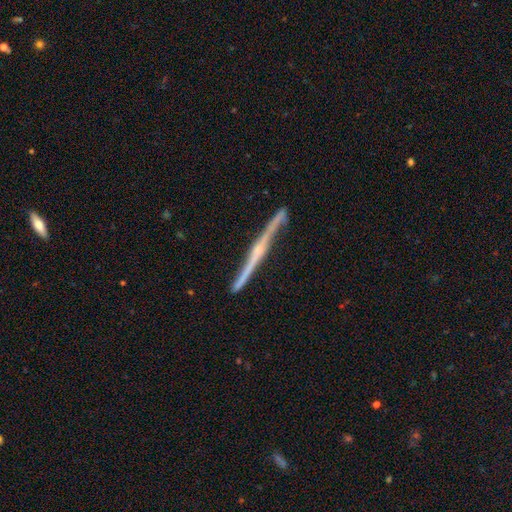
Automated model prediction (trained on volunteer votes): Smooth or featured? Predicted: featured or disk (p=0.84). Edge-on disk? Predicted: yes (p=0.96). Edge-on bulge? Predicted: rounded (p=0.59). Merging? Predicted: none (p=0.82).